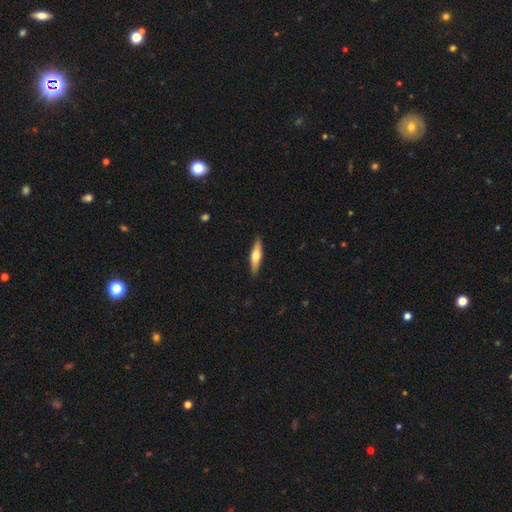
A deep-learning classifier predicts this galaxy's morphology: smooth_or_featured: smooth (p=0.49) [alt: featured or disk p=0.46]
merging: none (p=0.90) [alt: minor disturbance p=0.07]